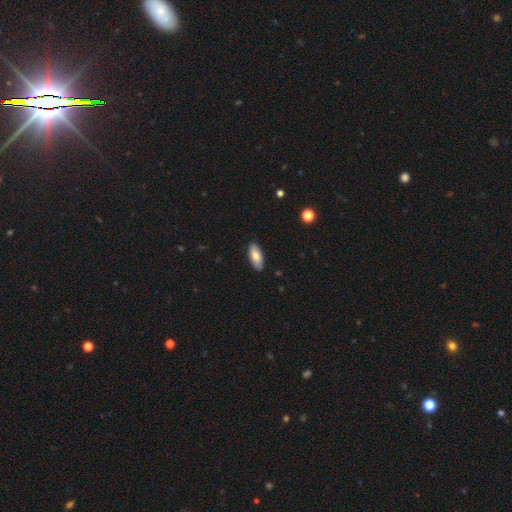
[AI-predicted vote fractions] Smooth or featured? Predicted: smooth (p=0.78). How rounded? Predicted: in between (p=0.87). Merging? Predicted: none (p=0.88).